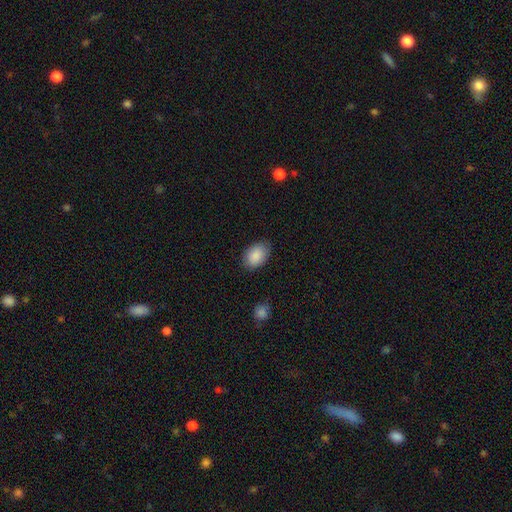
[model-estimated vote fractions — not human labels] Q: Smooth or featured?
A: smooth (88%); runner-up: star or artifact (7%)
Q: How rounded?
A: in between (86%); runner-up: round (13%)
Q: Merging?
A: none (82%); runner-up: minor disturbance (14%)